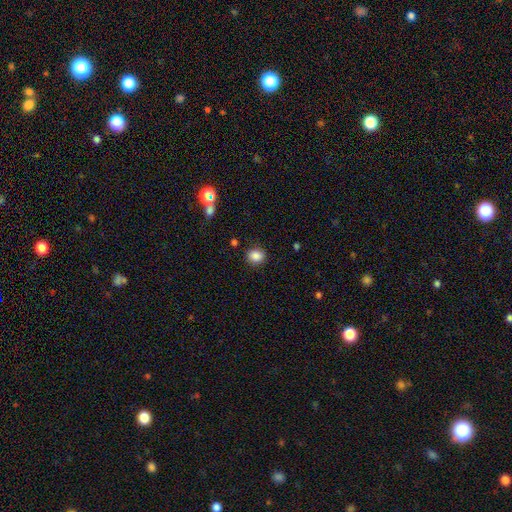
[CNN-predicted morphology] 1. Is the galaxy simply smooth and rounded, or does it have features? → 86% smooth, 10% star or artifact, 5% featured or disk.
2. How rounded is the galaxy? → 75% round, 25% in between, 1% cigar-shaped.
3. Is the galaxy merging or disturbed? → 87% none, 9% minor disturbance, 3% major disturbance, 2% merger.